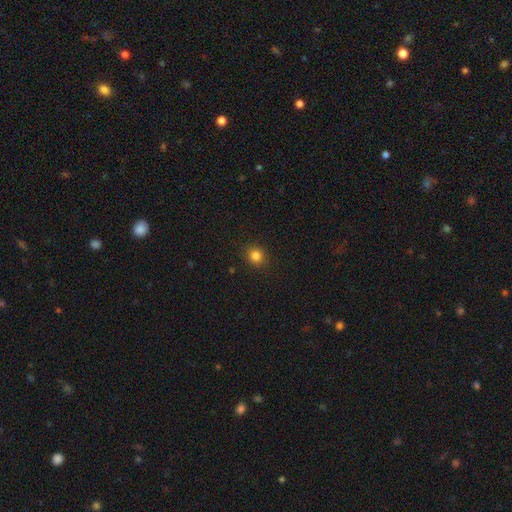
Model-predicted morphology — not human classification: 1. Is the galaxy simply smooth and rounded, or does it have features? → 83% smooth, 13% star or artifact, 5% featured or disk.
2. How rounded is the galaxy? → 87% round, 12% in between, 1% cigar-shaped.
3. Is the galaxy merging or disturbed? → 90% none, 6% minor disturbance, 2% major disturbance, 1% merger.